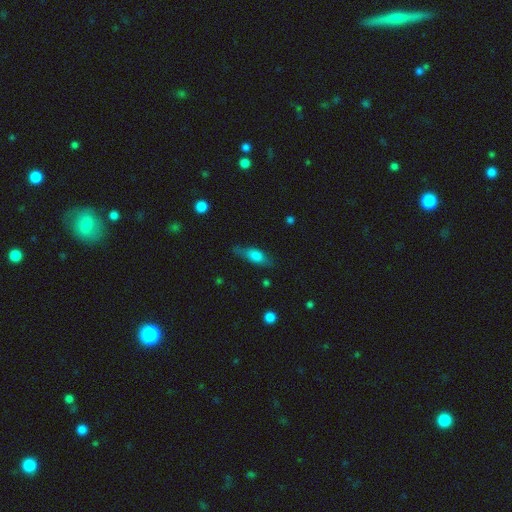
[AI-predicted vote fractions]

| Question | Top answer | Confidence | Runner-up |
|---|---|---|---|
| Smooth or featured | smooth | 63% | featured or disk (29%) |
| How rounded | in between | 63% | cigar-shaped (32%) |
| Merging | none | 65% | minor disturbance (25%) |